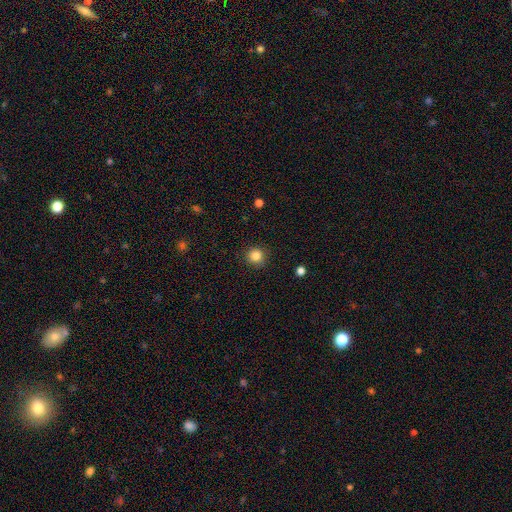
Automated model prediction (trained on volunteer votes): This is clearly a smooth galaxy (85%). How rounded: clearly round (93%). Merging: clearly none (89%).